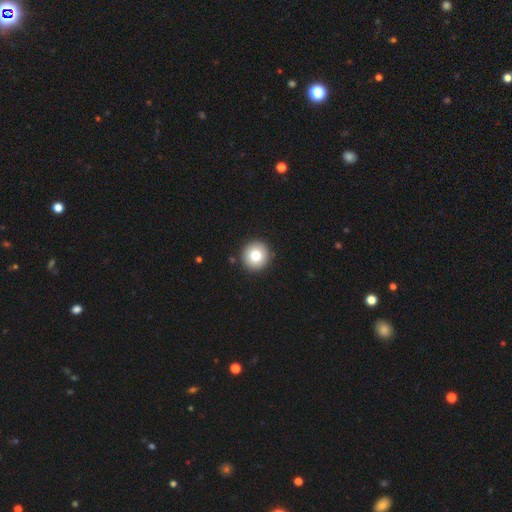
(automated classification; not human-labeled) Smooth or featured?
  - smooth: 79% *
  - featured or disk: 11%
  - star or artifact: 9%
How rounded?
  - round: 94% *
  - in between: 5%
  - cigar-shaped: 1%
Merging?
  - none: 92% *
  - minor disturbance: 5%
  - major disturbance: 2%
  - merger: 1%